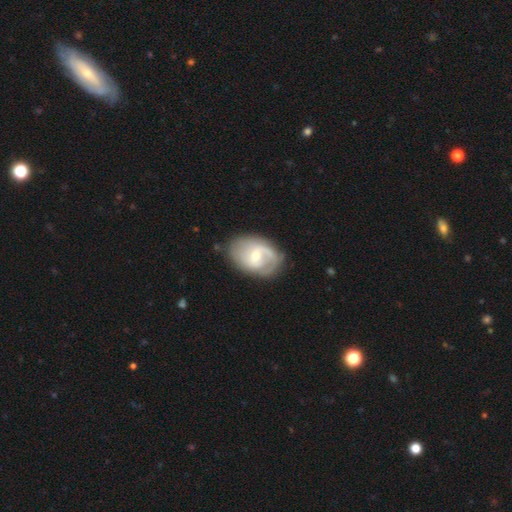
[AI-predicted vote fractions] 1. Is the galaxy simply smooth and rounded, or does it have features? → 67% featured or disk, 27% smooth, 6% star or artifact.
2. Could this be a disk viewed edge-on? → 96% no, 4% yes.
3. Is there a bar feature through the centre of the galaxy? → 50% weak, 37% no, 13% strong.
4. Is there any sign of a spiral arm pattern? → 80% yes, 20% no.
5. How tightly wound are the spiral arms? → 40% medium, 36% tight, 24% loose.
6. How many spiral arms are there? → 52% 2, 22% 1, 20% can't tell, 3% 3, 1% 4, 1% more than 4.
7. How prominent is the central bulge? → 51% moderate, 43% small, 4% large, 1% none, 1% dominant.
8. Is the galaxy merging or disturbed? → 70% none, 20% minor disturbance, 9% major disturbance, 2% merger.